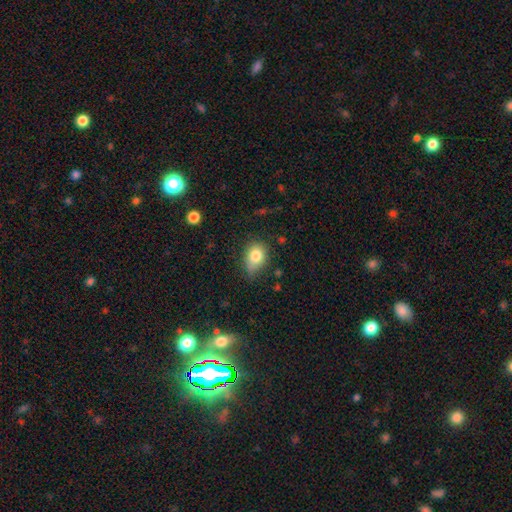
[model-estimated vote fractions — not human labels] smooth_or_featured: smooth (p=0.80) [alt: featured or disk p=0.10]
how_rounded: in between (p=0.65) [alt: round p=0.34]
merging: none (p=0.57) [alt: minor disturbance p=0.33]